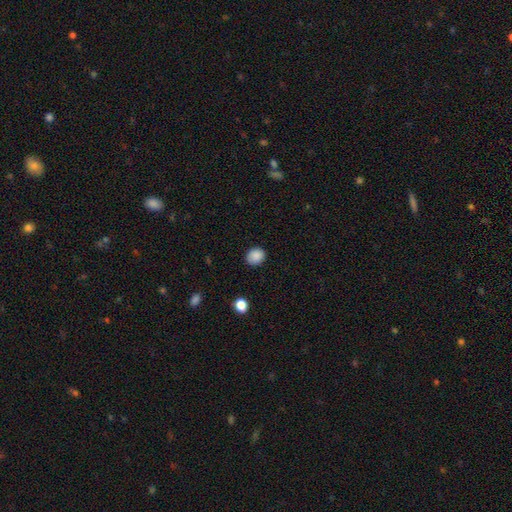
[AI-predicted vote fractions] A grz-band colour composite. It shows a smooth galaxy with no disk features (87%) that is round (73%). Merging: none (85%).